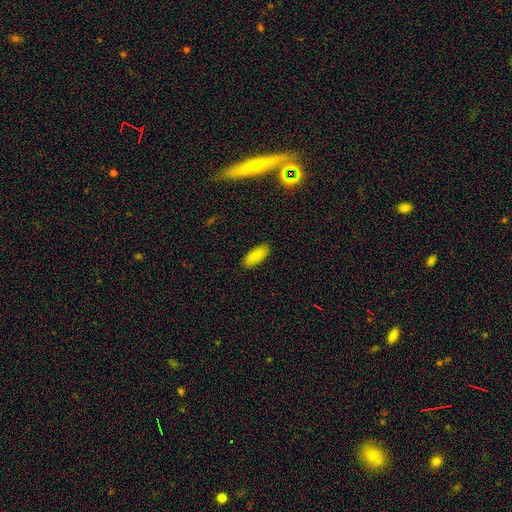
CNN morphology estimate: smooth-or-featured: smooth: 88% | star or artifact: 7% | featured or disk: 5%
  how-rounded: in between: 82% | cigar-shaped: 16% | round: 2%
  merging: none: 89% | minor disturbance: 8% | major disturbance: 2% | merger: 1%